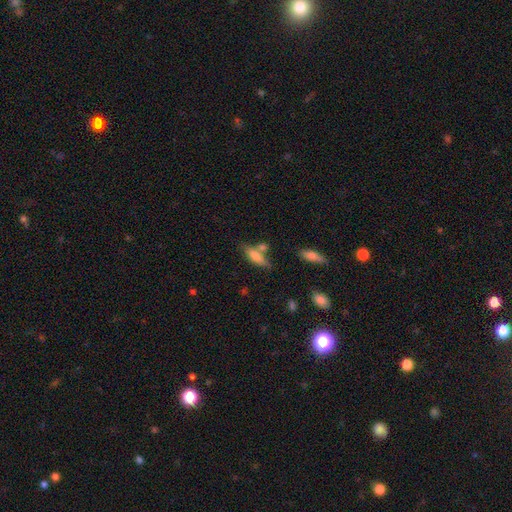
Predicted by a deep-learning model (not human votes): This is likely a smooth galaxy (71%). How rounded: possibly cigar-shaped (49%). Merging: possibly none (57%).